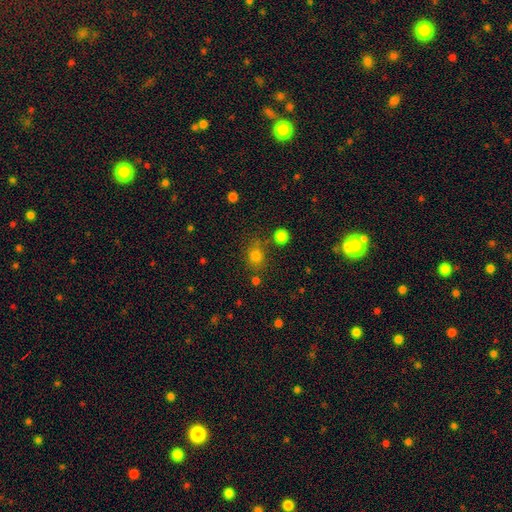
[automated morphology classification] A smooth galaxy with no disk features (78%) that is round (70%). Merging: none (71%).